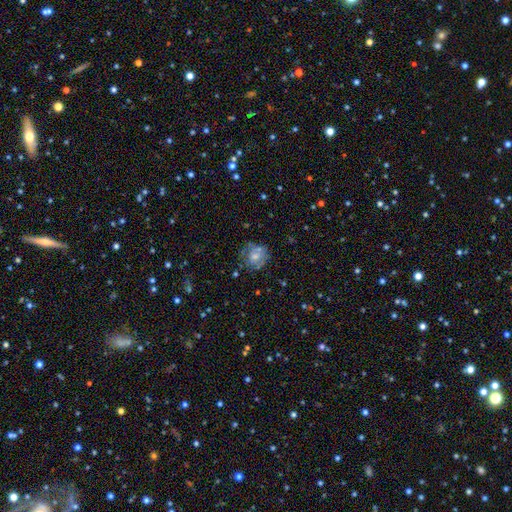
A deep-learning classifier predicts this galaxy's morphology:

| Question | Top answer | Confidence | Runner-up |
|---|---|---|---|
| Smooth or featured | smooth | 50% | featured or disk (38%) |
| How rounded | round | 74% | in between (25%) |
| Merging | none | 54% | minor disturbance (24%) |